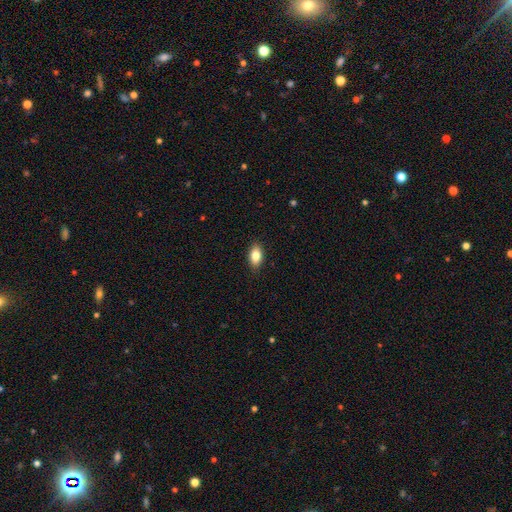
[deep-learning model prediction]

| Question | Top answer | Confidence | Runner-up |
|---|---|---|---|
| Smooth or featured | smooth | 83% | featured or disk (9%) |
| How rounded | in between | 89% | round (7%) |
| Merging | none | 88% | minor disturbance (9%) |